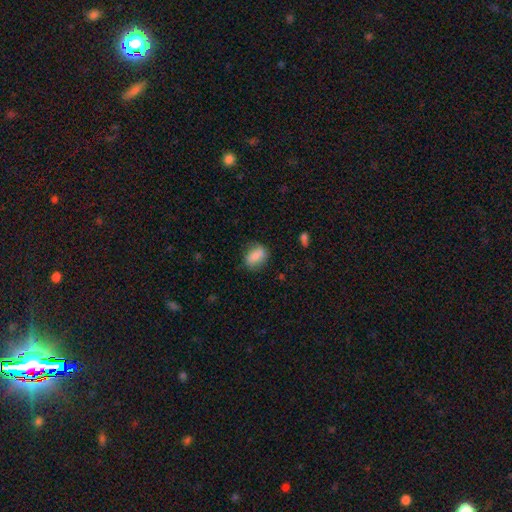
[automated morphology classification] This appears to be a smooth galaxy with no disk features (79%) that is in between round and cigar-shaped (76%). Merging: none (74%).